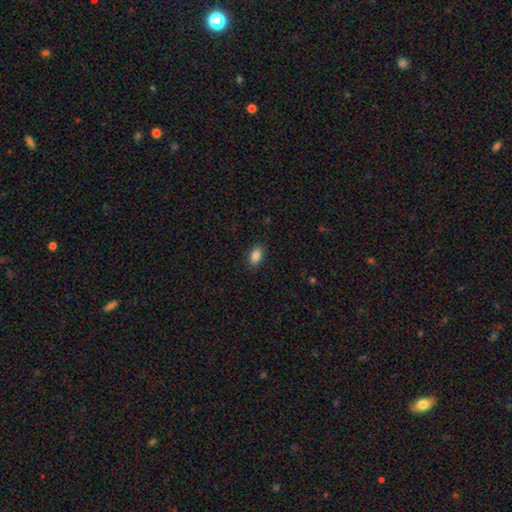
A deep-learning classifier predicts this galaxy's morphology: A smooth galaxy with no disk features (87%) that is in between round and cigar-shaped (89%).

Vote fractions:
- Smooth or featured? smooth: 87% / star or artifact: 9% / featured or disk: 4%
- How rounded? in between: 89% / round: 8% / cigar-shaped: 3%
- Merging? none: 87% / minor disturbance: 10% / major disturbance: 2% / merger: 1%